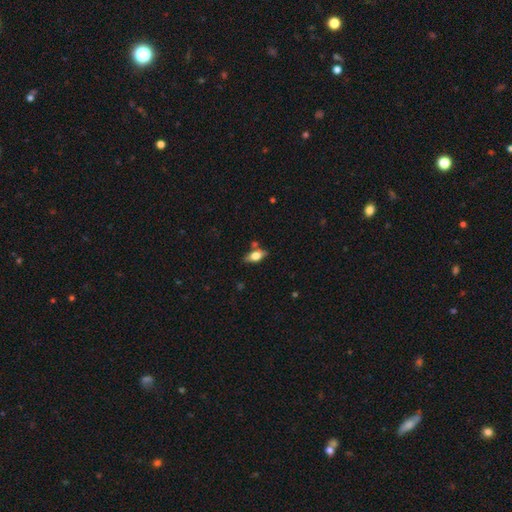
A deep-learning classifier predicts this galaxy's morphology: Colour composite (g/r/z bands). It shows a smooth galaxy with no disk features (64%) that is in between round and cigar-shaped (82%). Merging: none (73%).